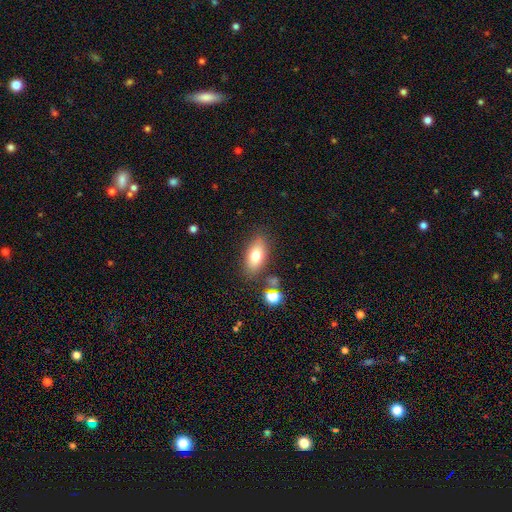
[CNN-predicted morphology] Smooth or featured: smooth — 74% (featured or disk — 17%)
How rounded: in between — 84% (cigar-shaped — 10%)
Merging: none — 79% (minor disturbance — 13%)